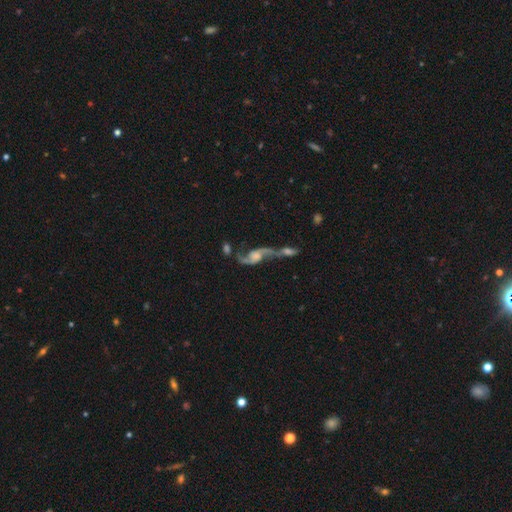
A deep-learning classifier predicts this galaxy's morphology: smooth_or_featured: featured or disk (p=0.80) [alt: smooth p=0.11]
disk_edge_on: no (p=0.90) [alt: yes p=0.10]
bar: no (p=0.57) [alt: weak p=0.34]
has_spiral_arms: yes (p=0.91) [alt: no p=0.09]
spiral_winding: loose (p=0.79) [alt: medium p=0.17]
spiral_arm_count: 2 (p=0.88) [alt: 1 p=0.05]
bulge_size: moderate (p=0.34) [alt: small p=0.26]
merging: merger (p=0.57) [alt: none p=0.23]